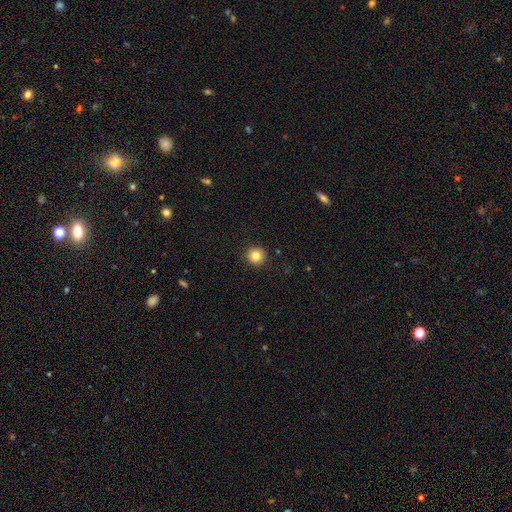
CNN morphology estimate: This appears to be a smooth galaxy with no disk features (84%) that is round (94%). Merging: none (92%).